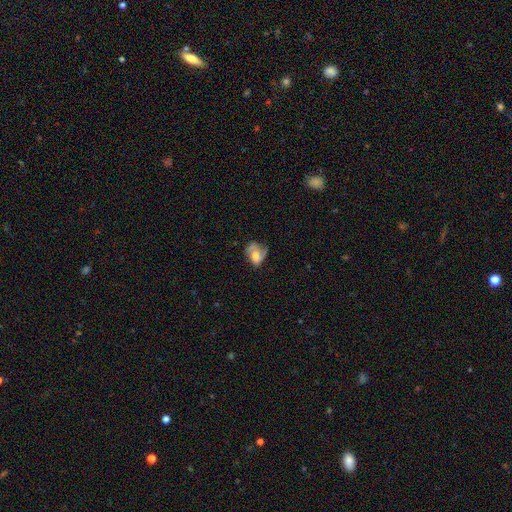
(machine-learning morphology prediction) featured or disk 57%, smooth 35%, star or artifact 8%. Down the decision tree: edge-on disk — no (97%); bar — no (68%); spiral arms — yes (80%); bulge size — moderate (51%); merging — none (44%).